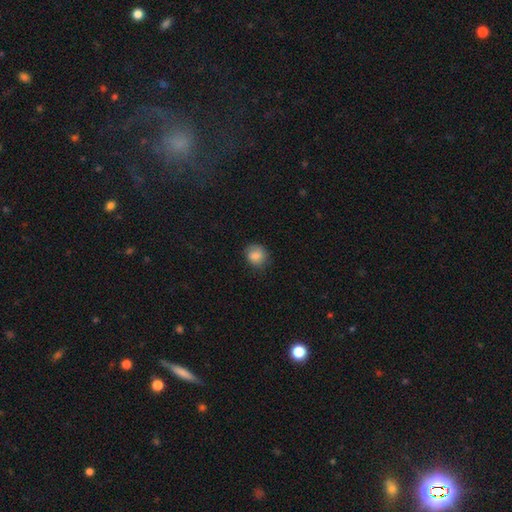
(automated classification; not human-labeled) Smooth or featured: smooth — 79% (featured or disk — 12%)
How rounded: round — 72% (in between — 27%)
Merging: none — 73% (minor disturbance — 20%)